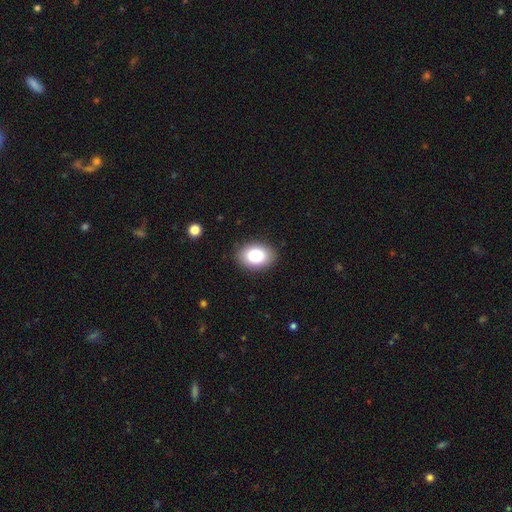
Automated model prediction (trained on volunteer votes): This is clearly a smooth galaxy (84%). How rounded: likely in between (79%). Merging: clearly none (88%).